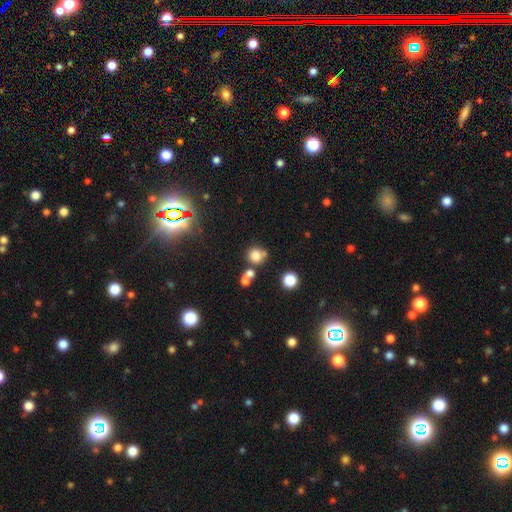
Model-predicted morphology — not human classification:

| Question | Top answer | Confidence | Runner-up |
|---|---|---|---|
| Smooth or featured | smooth | 75% | star or artifact (15%) |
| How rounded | round | 84% | in between (15%) |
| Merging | none | 52% | merger (30%) |